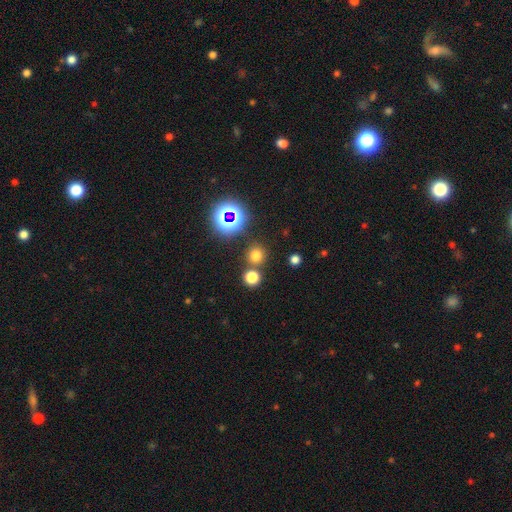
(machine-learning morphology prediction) smooth-or-featured: smooth: 66% | star or artifact: 27% | featured or disk: 7%
  how-rounded: round: 91% | in between: 8% | cigar-shaped: 1%
  merging: none: 77% | merger: 13% | minor disturbance: 7% | major disturbance: 3%